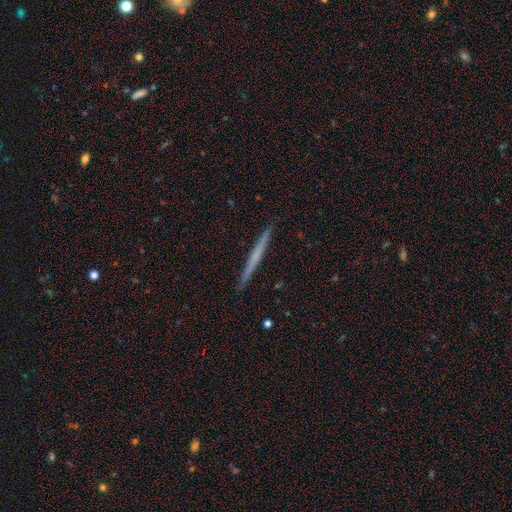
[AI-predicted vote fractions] Overall: featured or disk (53%; smooth 42%). Edge-on disk: yes (98%). Edge-on bulge: none (85%). Merging: none (93%).